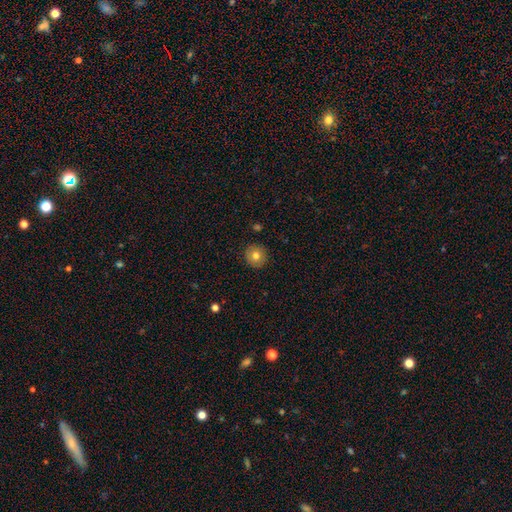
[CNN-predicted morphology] smooth_or_featured: smooth (p=0.77) [alt: featured or disk p=0.13]
how_rounded: round (p=0.93) [alt: in between p=0.06]
merging: none (p=0.91) [alt: minor disturbance p=0.06]